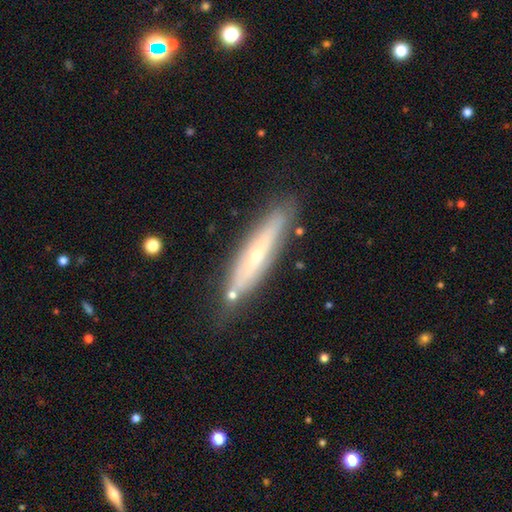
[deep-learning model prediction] smooth-or-featured: featured or disk: 58% | smooth: 35% | star or artifact: 7%
  disk-edge-on: yes: 67% | no: 33%
  merging: none: 78% | minor disturbance: 15% | merger: 4% | major disturbance: 3%